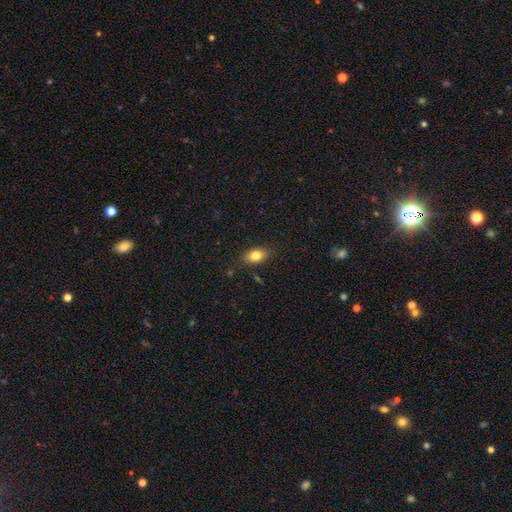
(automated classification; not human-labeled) Smooth or featured? Predicted: smooth (p=0.80). How rounded? Predicted: in between (p=0.86). Merging? Predicted: none (p=0.85).